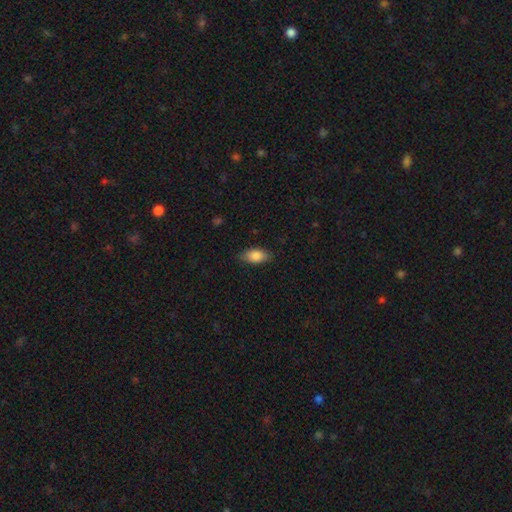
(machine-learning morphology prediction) Overall: smooth (85%). How rounded: in between (90%). Merging: none (82%).